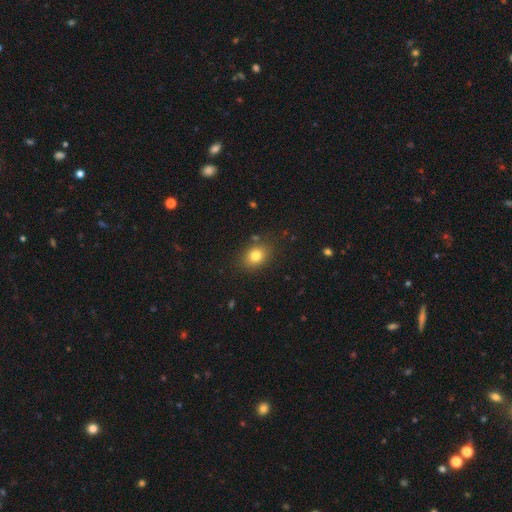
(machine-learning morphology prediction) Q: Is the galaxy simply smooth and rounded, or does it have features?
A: smooth — 80%.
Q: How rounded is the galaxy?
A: in between — 60%.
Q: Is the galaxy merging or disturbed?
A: none — 83%.